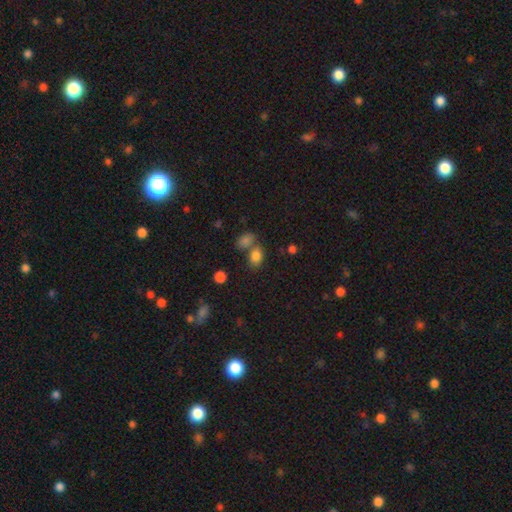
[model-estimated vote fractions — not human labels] Smooth or featured?
  - smooth: 81% *
  - star or artifact: 12%
  - featured or disk: 7%
How rounded?
  - in between: 73% *
  - round: 25%
  - cigar-shaped: 1%
Merging?
  - none: 51% *
  - merger: 32%
  - minor disturbance: 12%
  - major disturbance: 5%